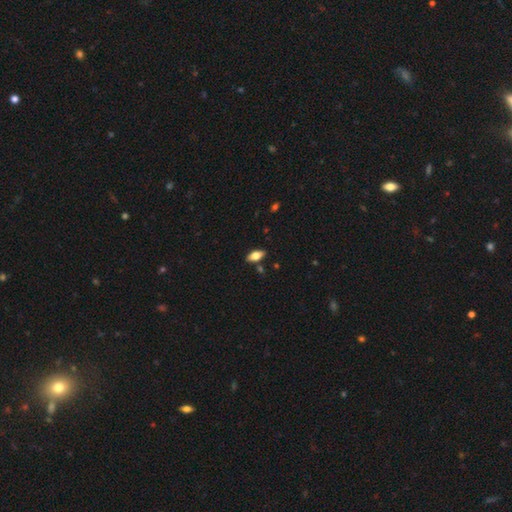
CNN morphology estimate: A smooth galaxy with no disk features (66%) that is in between round and cigar-shaped (86%). Merging: none (84%).